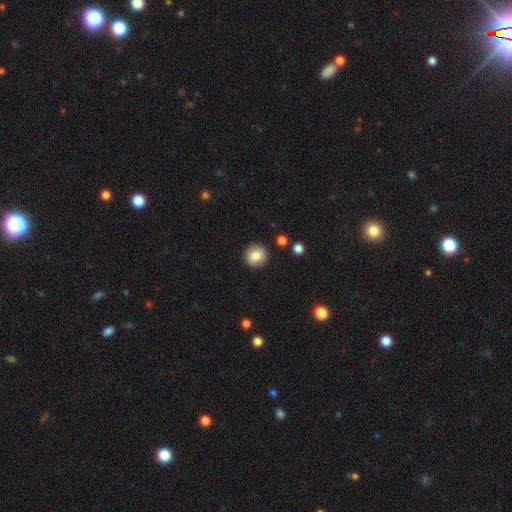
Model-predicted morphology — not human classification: A smooth galaxy with no disk features (83%) that is round (92%).

Vote fractions:
- Smooth or featured? smooth: 83% / featured or disk: 9% / star or artifact: 9%
- How rounded? round: 92% / in between: 7% / cigar-shaped: 1%
- Merging? none: 91% / minor disturbance: 6% / major disturbance: 2% / merger: 2%